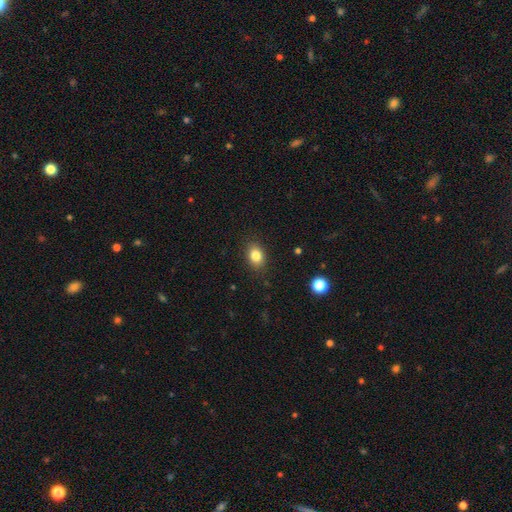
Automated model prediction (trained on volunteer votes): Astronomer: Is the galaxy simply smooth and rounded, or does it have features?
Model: smooth — 83%.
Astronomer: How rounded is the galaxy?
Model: in between — 71%.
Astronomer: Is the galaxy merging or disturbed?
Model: none — 87%.